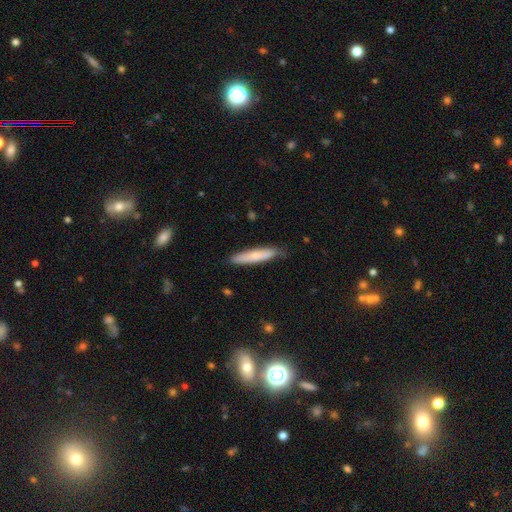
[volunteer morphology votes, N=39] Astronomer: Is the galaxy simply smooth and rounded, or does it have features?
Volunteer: smooth — 69%.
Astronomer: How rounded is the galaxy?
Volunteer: cigar-shaped — 85%.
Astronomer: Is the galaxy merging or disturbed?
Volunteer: none — 79%.